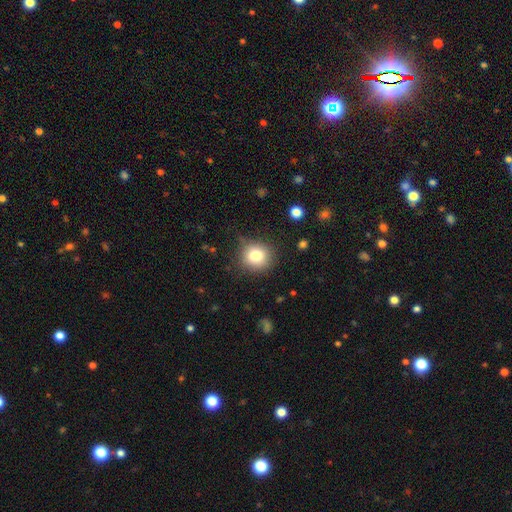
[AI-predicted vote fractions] smooth-or-featured: smooth: 80% | star or artifact: 11% | featured or disk: 9%
  how-rounded: round: 88% | in between: 11% | cigar-shaped: 1%
  merging: none: 85% | minor disturbance: 11% | major disturbance: 3% | merger: 1%